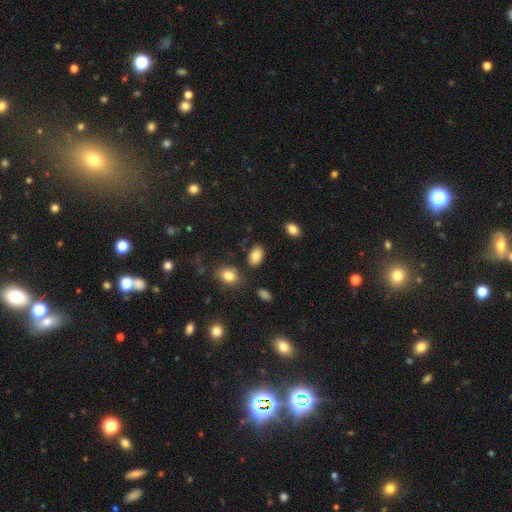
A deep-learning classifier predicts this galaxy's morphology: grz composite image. It shows a smooth galaxy with no disk features (83%) that is in between round and cigar-shaped (90%). Merging: none (81%).